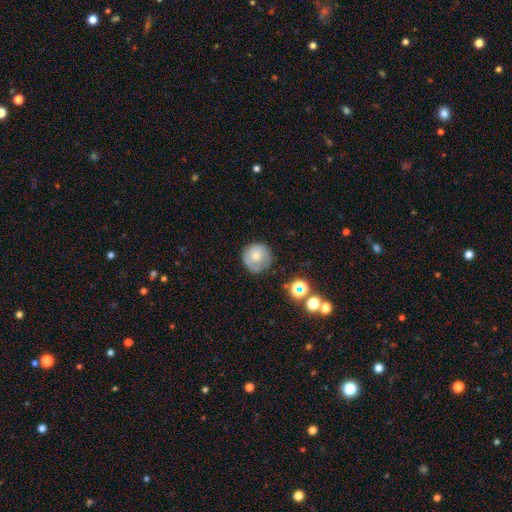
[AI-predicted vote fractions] Overall: smooth (69%). How rounded: round (93%). Merging: none (73%).